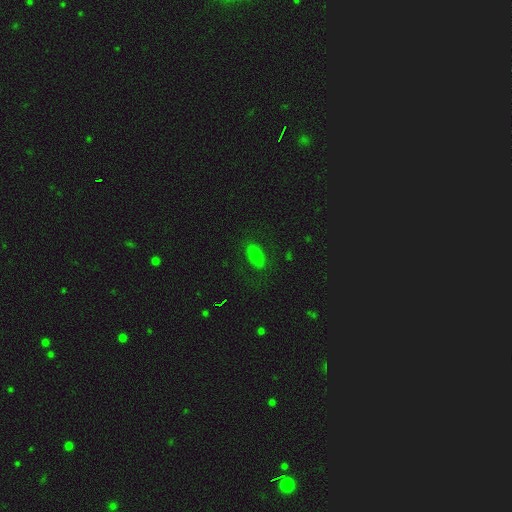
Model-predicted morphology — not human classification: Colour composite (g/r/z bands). It shows a smooth galaxy with no disk features (69%) that is in between round and cigar-shaped (87%). Merging: none (81%).